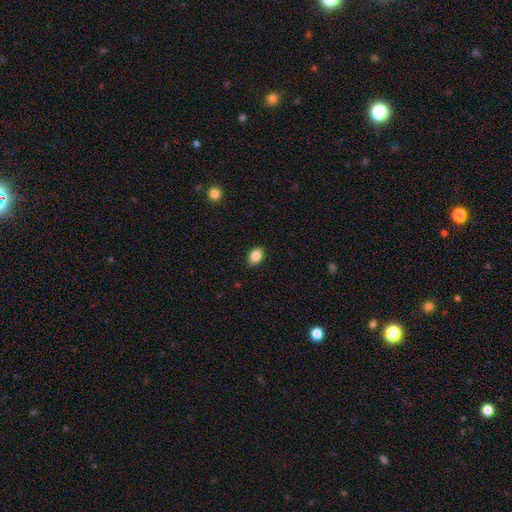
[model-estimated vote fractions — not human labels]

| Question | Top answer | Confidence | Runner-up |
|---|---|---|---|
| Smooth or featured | smooth | 85% | star or artifact (8%) |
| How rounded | in between | 83% | round (16%) |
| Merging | none | 88% | minor disturbance (9%) |